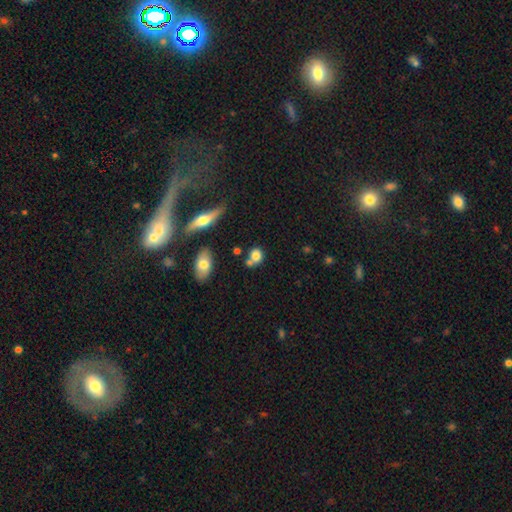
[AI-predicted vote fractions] Smooth or featured?
  - smooth: 79% *
  - featured or disk: 10%
  - star or artifact: 10%
How rounded?
  - round: 70% *
  - in between: 27%
  - cigar-shaped: 2%
Merging?
  - none: 55% *
  - merger: 27%
  - minor disturbance: 13%
  - major disturbance: 5%